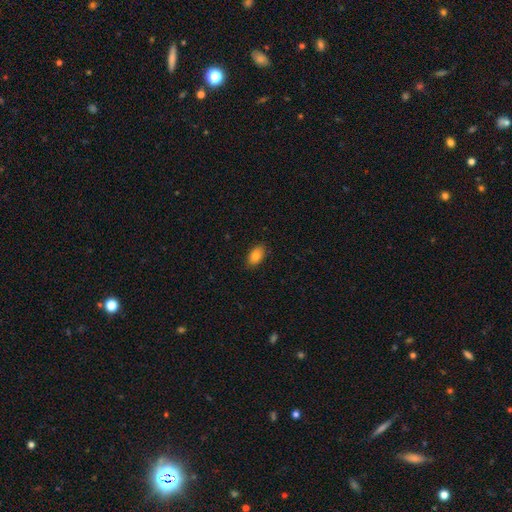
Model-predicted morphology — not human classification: A smooth galaxy with no disk features (83%) that is in between round and cigar-shaped (92%). Merging: none (87%).